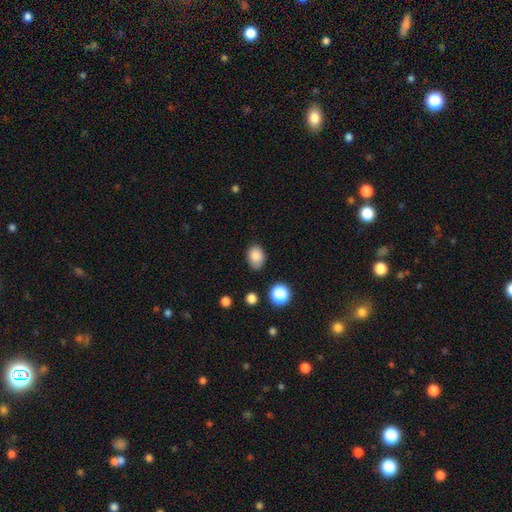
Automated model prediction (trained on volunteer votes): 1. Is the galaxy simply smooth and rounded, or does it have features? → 84% smooth, 10% star or artifact, 6% featured or disk.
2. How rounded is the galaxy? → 73% in between, 26% round, 1% cigar-shaped.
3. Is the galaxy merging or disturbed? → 77% none, 18% minor disturbance, 3% major disturbance, 2% merger.